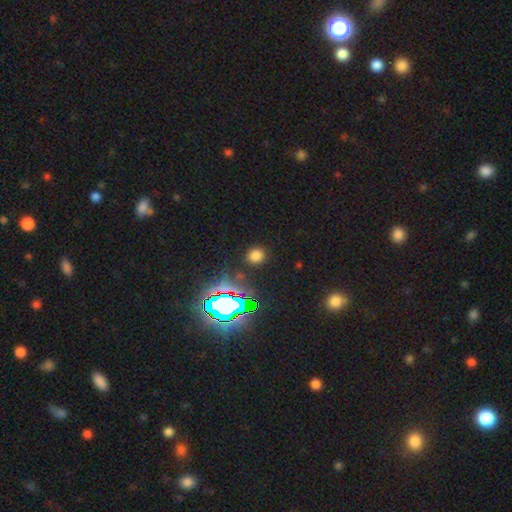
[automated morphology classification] Smooth or featured: smooth — 66% (star or artifact — 27%)
How rounded: round — 81% (in between — 17%)
Merging: none — 88% (minor disturbance — 7%)